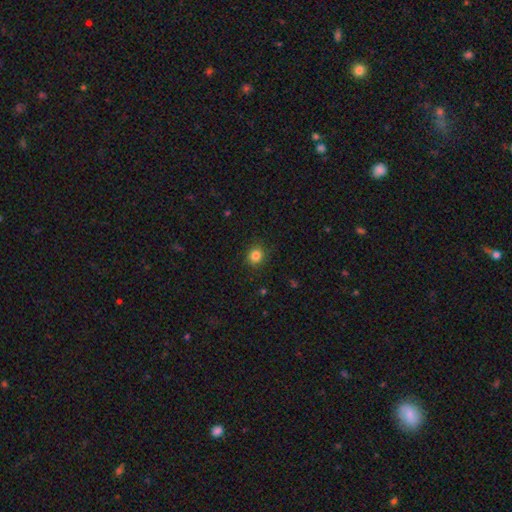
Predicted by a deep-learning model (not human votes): Smooth or featured? Predicted: smooth (p=0.84). How rounded? Predicted: round (p=0.84). Merging? Predicted: none (p=0.89).